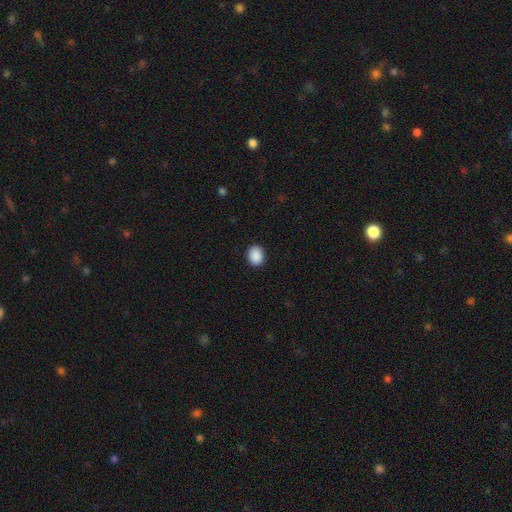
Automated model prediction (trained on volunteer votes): The model was most divided on "how rounded": in between: 53%, round: 46%, cigar-shaped: 1%. More confident: merging — none (90%); smooth or featured — smooth (90%).